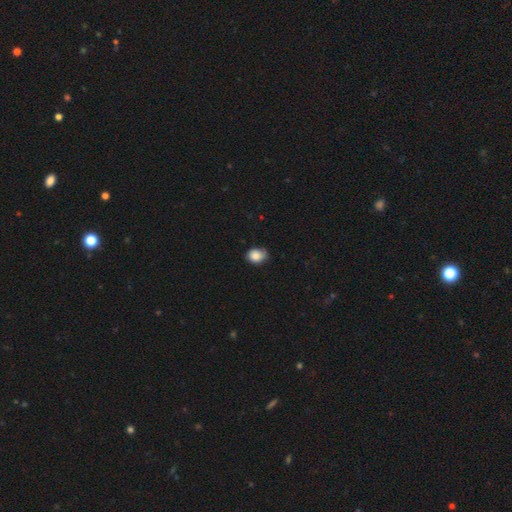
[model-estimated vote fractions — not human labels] This is clearly a smooth galaxy (83%). How rounded: possibly in between (51%). Merging: possibly none (60%).